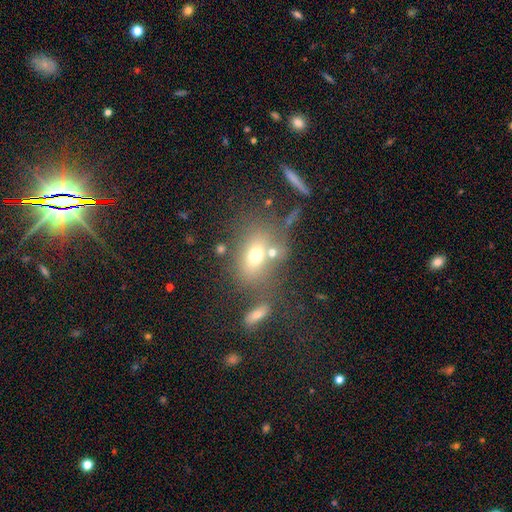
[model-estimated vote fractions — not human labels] This is likely a smooth galaxy (64%). How rounded: likely in between (70%). Merging: possibly none (51%).